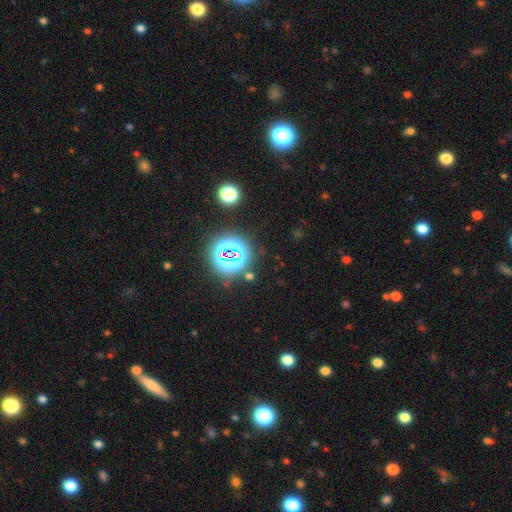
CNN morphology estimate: A star or artifact, not a galaxy (80%).

Vote fractions:
- Smooth or featured? star or artifact: 80% / smooth: 13% / featured or disk: 7%